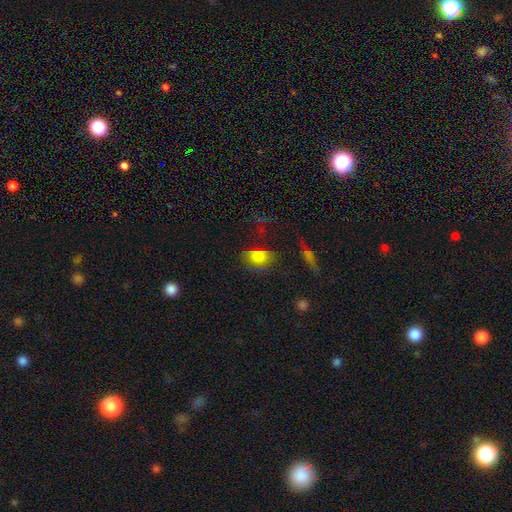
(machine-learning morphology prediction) smooth-or-featured: smooth: 74% | star or artifact: 18% | featured or disk: 8%
  how-rounded: in between: 75% | round: 23% | cigar-shaped: 2%
  merging: none: 61% | minor disturbance: 23% | major disturbance: 10% | merger: 5%